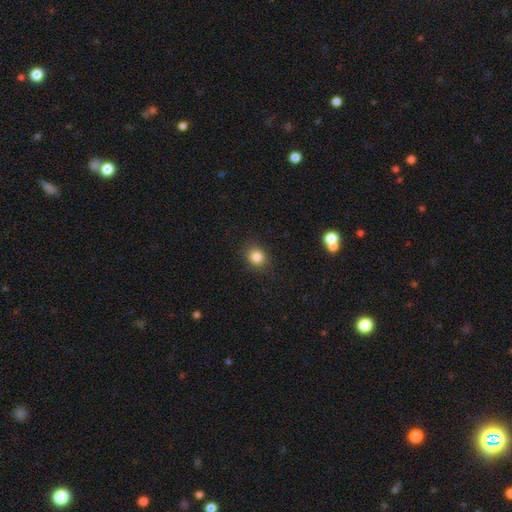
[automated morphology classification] smooth 84%, star or artifact 11%, featured or disk 5%. Down the decision tree: how rounded — round (71%); merging — none (88%).